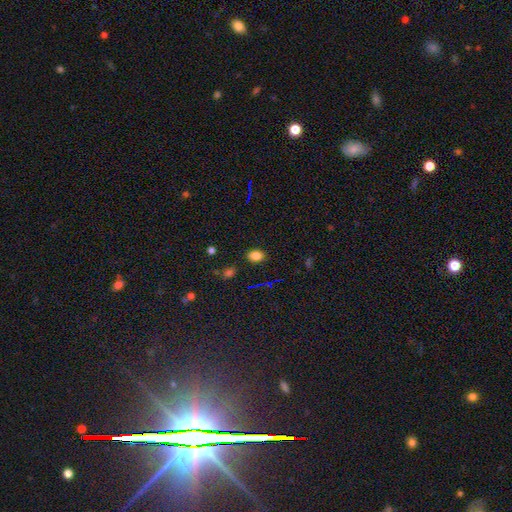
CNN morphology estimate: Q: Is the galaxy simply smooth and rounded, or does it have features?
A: smooth — 80%.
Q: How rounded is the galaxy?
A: in between — 77%.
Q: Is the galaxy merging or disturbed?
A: none — 86%.